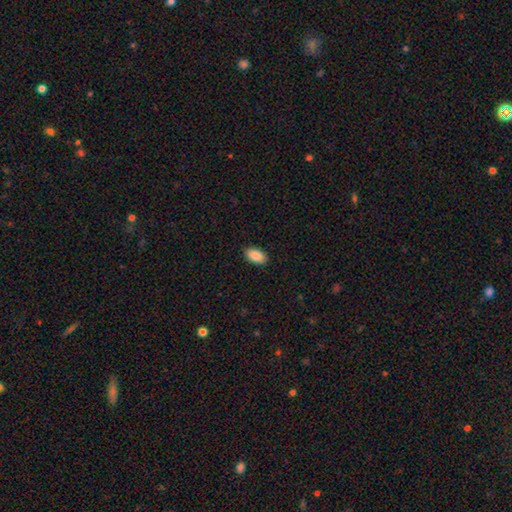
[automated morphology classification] Smooth or featured?
  - smooth: 89% *
  - star or artifact: 7%
  - featured or disk: 4%
How rounded?
  - in between: 94% *
  - round: 4%
  - cigar-shaped: 2%
Merging?
  - none: 89% *
  - minor disturbance: 8%
  - major disturbance: 2%
  - merger: 1%